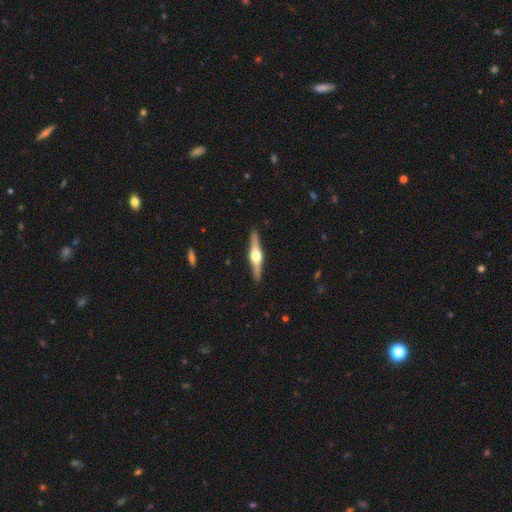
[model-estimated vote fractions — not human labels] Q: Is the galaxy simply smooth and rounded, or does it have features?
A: featured or disk — 76%.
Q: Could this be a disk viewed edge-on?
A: yes — 98%.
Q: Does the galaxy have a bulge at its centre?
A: rounded — 95%.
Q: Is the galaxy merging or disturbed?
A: none — 91%.